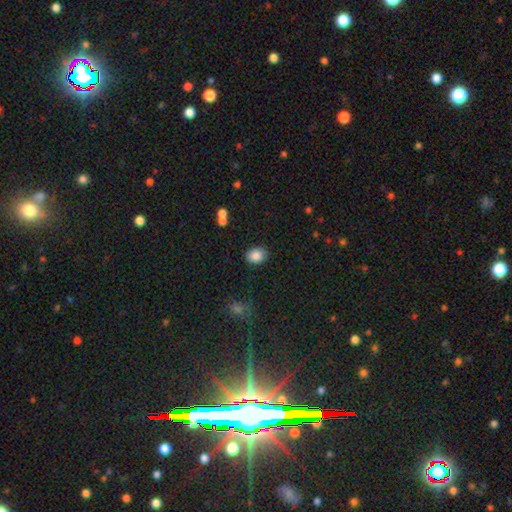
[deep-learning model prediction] Overall: smooth (86%). How rounded: in between (55%; round 44%). Merging: none (85%).